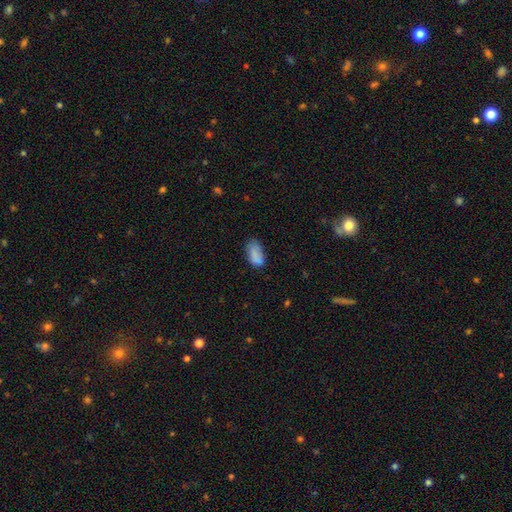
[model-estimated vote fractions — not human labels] Smooth or featured: smooth — 83% (featured or disk — 9%)
How rounded: in between — 93% (round — 4%)
Merging: none — 57% (minor disturbance — 31%)